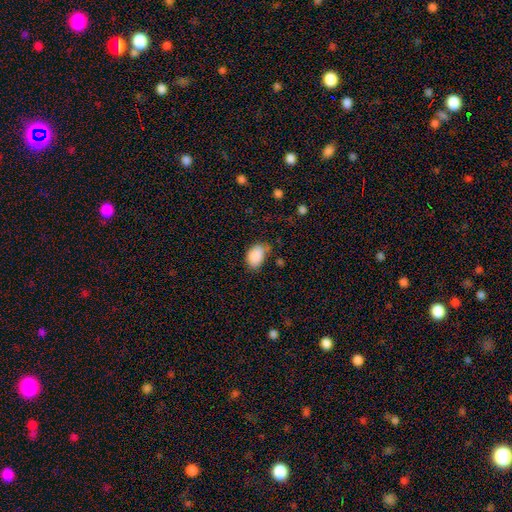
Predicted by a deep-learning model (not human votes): A smooth galaxy with no disk features (89%) that is in between round and cigar-shaped (84%). Merging: none (64%).